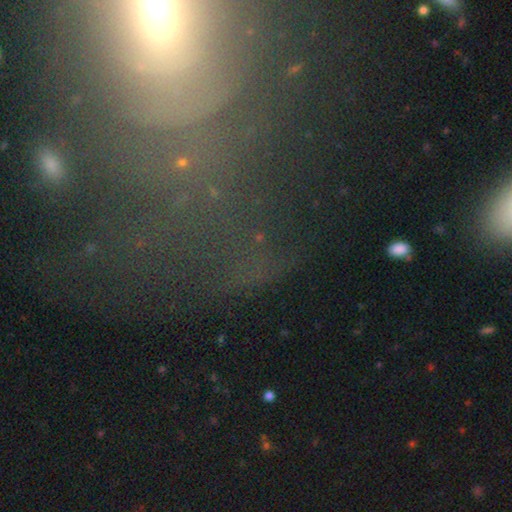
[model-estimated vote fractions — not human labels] A star or artifact, not a galaxy (43%).